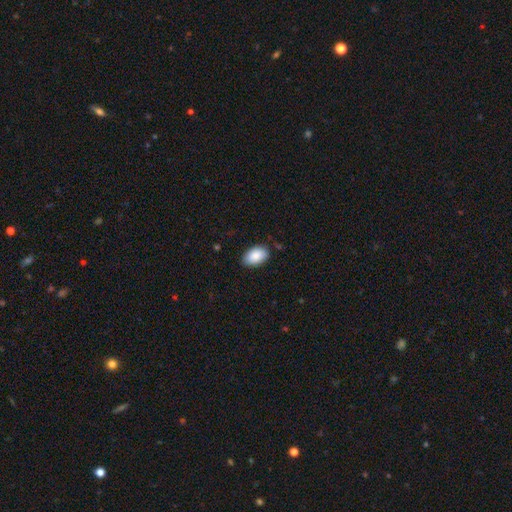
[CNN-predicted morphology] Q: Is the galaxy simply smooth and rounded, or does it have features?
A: smooth — 88%.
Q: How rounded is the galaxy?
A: in between — 93%.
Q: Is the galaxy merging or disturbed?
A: none — 83%.